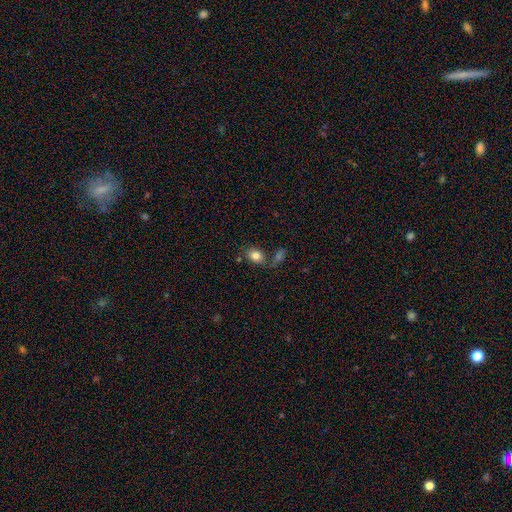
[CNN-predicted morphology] Smooth or featured? Predicted: smooth (p=0.81). How rounded? Predicted: in between (p=0.69). Merging? Predicted: none (p=0.64).